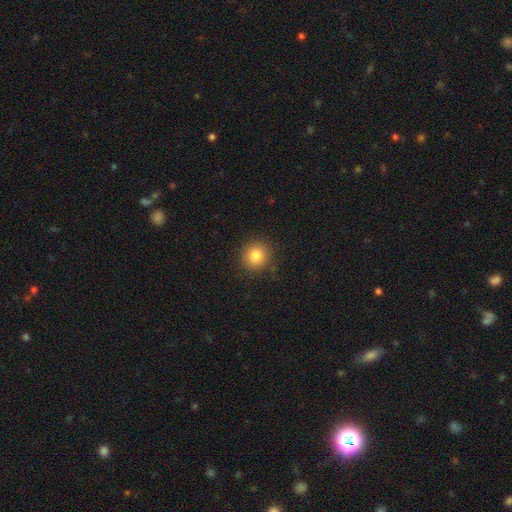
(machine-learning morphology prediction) smooth_or_featured: smooth (p=0.83) [alt: star or artifact p=0.11]
how_rounded: round (p=0.90) [alt: in between p=0.09]
merging: none (p=0.88) [alt: minor disturbance p=0.08]